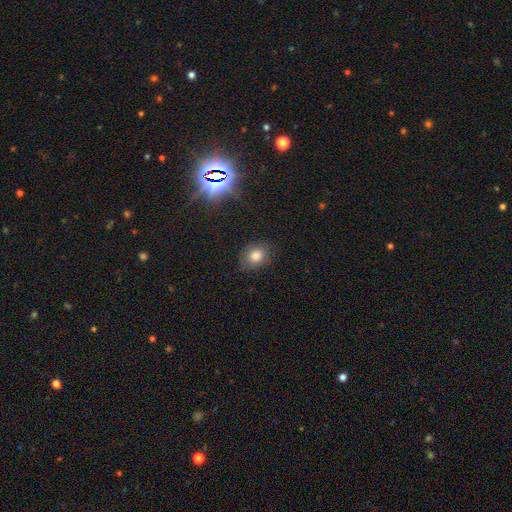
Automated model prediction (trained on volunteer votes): This is likely a smooth galaxy (80%). How rounded: possibly round (52%). Merging: clearly none (81%).